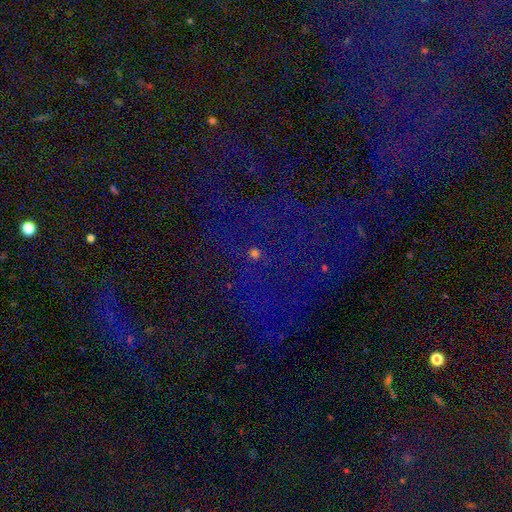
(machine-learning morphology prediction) This is likely a star or artifact rather than a galaxy (77%).